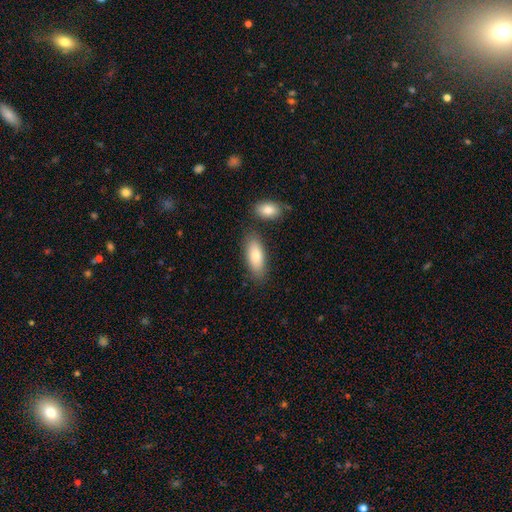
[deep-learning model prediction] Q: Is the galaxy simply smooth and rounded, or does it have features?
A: smooth — 81%.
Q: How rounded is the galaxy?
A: in between — 79%.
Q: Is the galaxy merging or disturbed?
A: none — 75%.